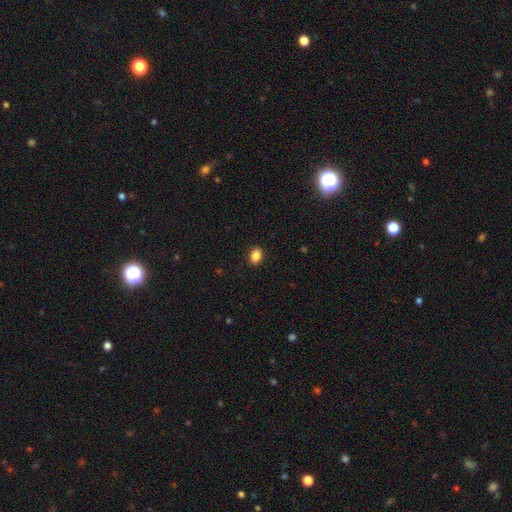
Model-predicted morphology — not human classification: A smooth galaxy with no disk features (87%) that is in between round and cigar-shaped (57%).

Vote fractions:
- Smooth or featured? smooth: 87% / star or artifact: 10% / featured or disk: 4%
- How rounded? in between: 57% / round: 42% / cigar-shaped: 1%
- Merging? none: 91% / minor disturbance: 6% / major disturbance: 2% / merger: 1%